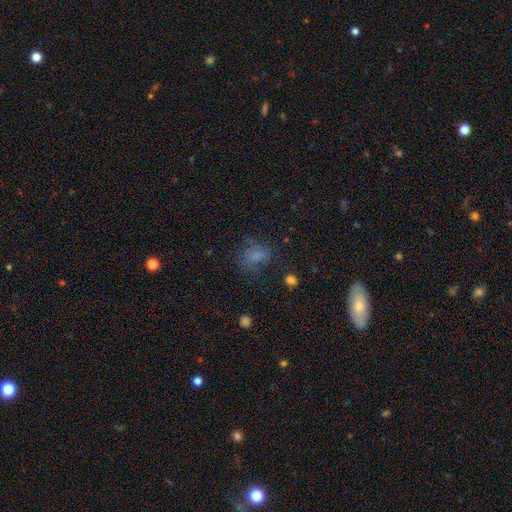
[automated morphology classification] Smooth or featured?
  - smooth: 66% *
  - star or artifact: 19%
  - featured or disk: 15%
How rounded?
  - in between: 61% *
  - round: 37%
  - cigar-shaped: 2%
Merging?
  - none: 53% *
  - minor disturbance: 23%
  - major disturbance: 20%
  - merger: 3%